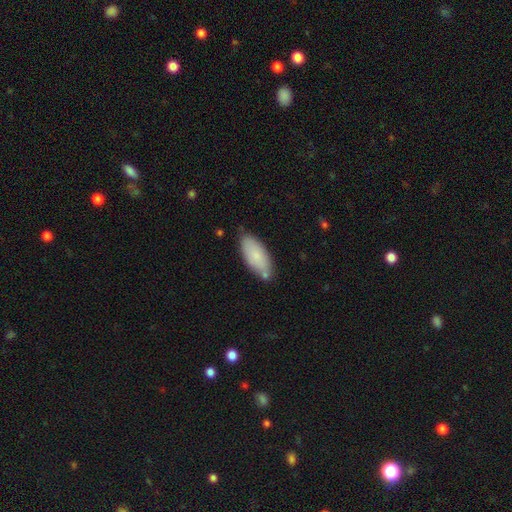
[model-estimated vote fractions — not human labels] smooth_or_featured: smooth (p=0.82) [alt: featured or disk p=0.12]
how_rounded: in between (p=0.85) [alt: cigar-shaped p=0.13]
merging: none (p=0.73) [alt: minor disturbance p=0.18]